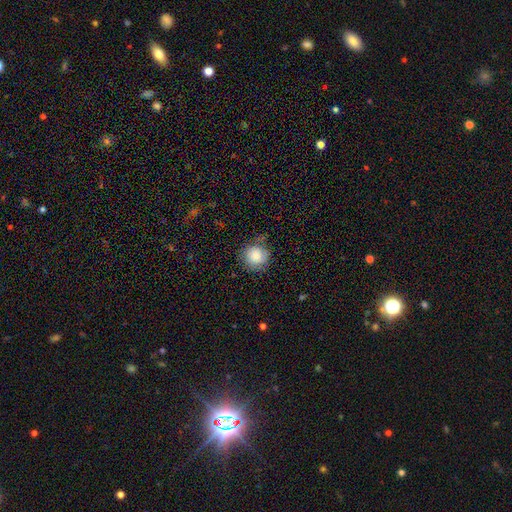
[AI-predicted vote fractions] Smooth or featured? smooth (83%)
How rounded? round (91%)
Merging? none (68%)